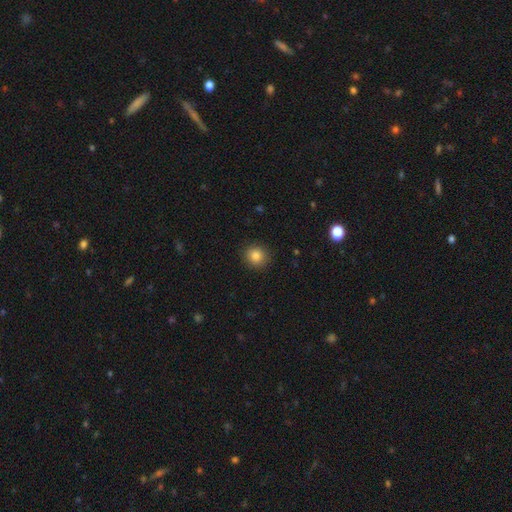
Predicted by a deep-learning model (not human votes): smooth 84%, star or artifact 10%, featured or disk 6%. Down the decision tree: how rounded — round (88%); merging — none (90%).